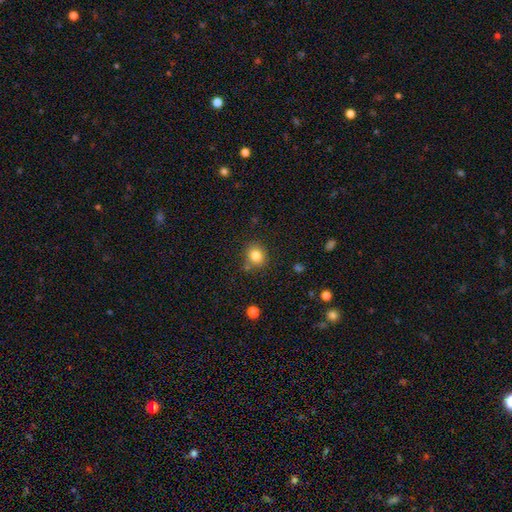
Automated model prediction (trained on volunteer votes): A smooth galaxy with no disk features (83%) that is round (80%). Merging: none (77%).